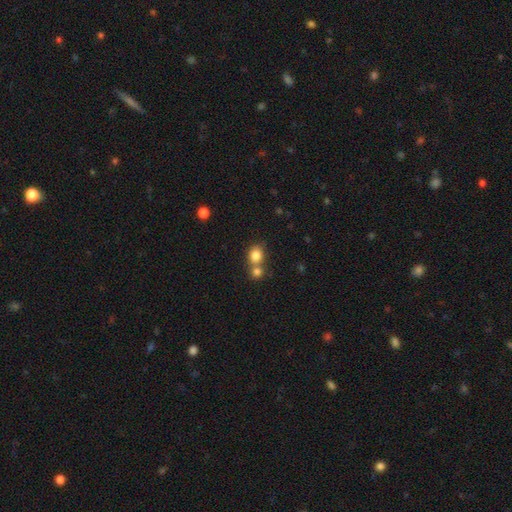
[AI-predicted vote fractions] Smooth or featured? smooth (82%)
How rounded? round (67%)
Merging? merger (45%)